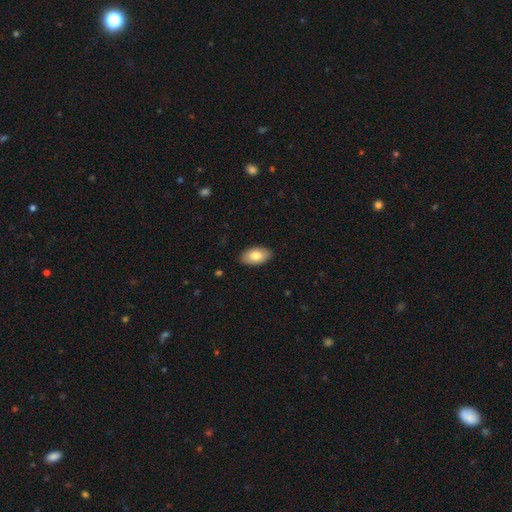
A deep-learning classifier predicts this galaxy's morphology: Overall: smooth (80%). How rounded: in between (95%). Merging: none (89%).